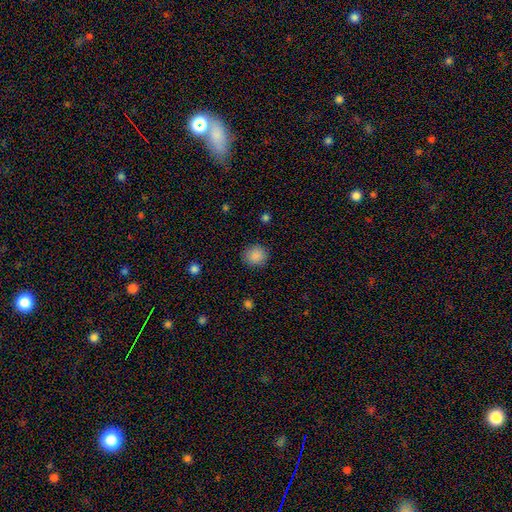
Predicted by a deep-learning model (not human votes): A smooth galaxy with no disk features (88%) that is round (85%). Merging: none (89%).